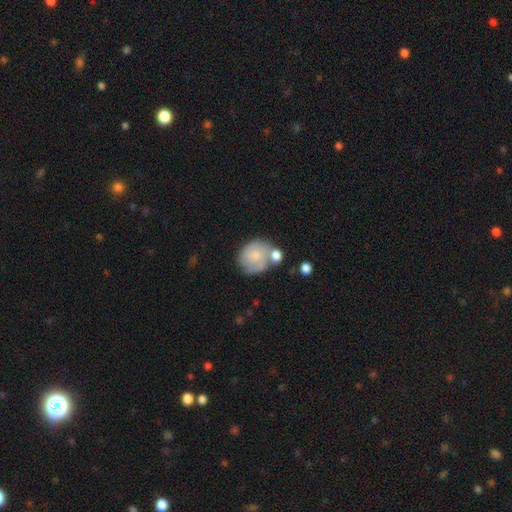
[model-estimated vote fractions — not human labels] Smooth or featured: smooth — 62% (featured or disk — 31%)
How rounded: round — 72% (in between — 27%)
Merging: none — 45% (merger — 26%)